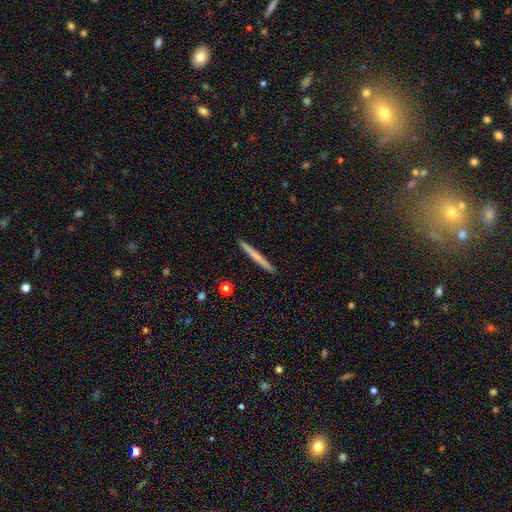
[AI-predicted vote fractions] Smooth or featured: smooth — 63% (featured or disk — 32%)
How rounded: cigar-shaped — 97% (in between — 2%)
Merging: none — 93% (minor disturbance — 5%)